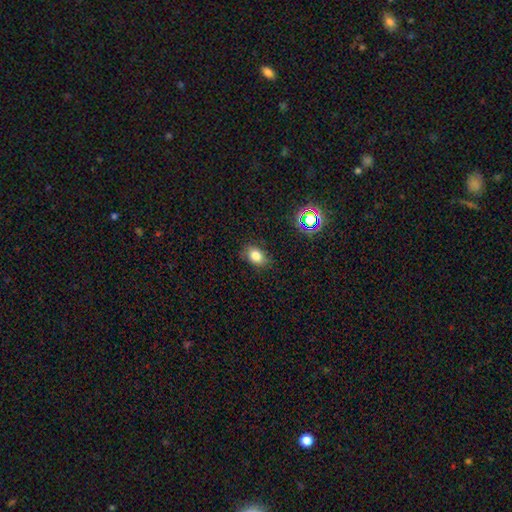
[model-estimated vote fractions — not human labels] smooth-or-featured: smooth: 79% | star or artifact: 12% | featured or disk: 9%
  how-rounded: in between: 79% | round: 20% | cigar-shaped: 1%
  merging: none: 81% | minor disturbance: 14% | major disturbance: 3% | merger: 1%